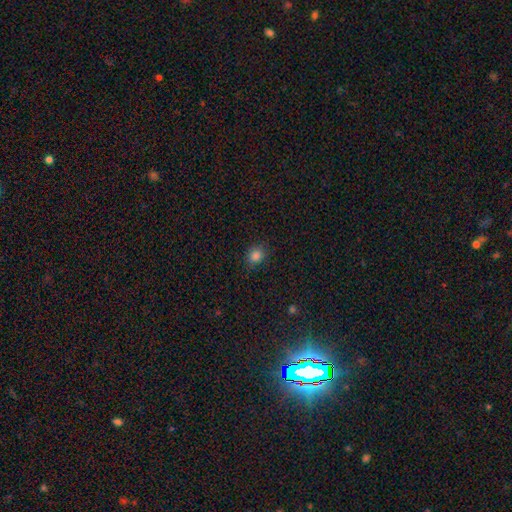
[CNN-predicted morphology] The model was most divided on "how rounded": round: 73%, in between: 26%, cigar-shaped: 1%. More confident: merging — none (85%); smooth or featured — smooth (83%).